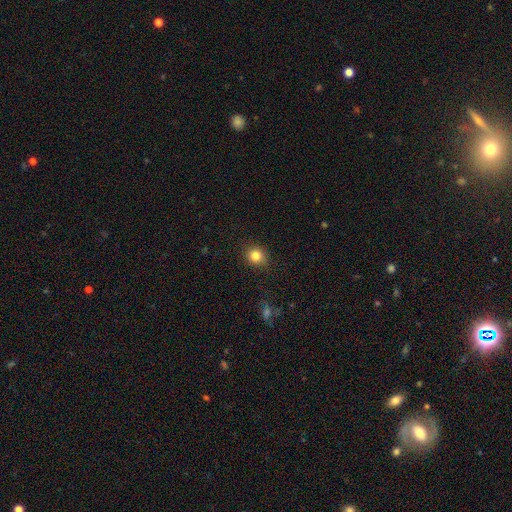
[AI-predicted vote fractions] Smooth or featured?
  - smooth: 83% *
  - star or artifact: 11%
  - featured or disk: 5%
How rounded?
  - round: 82% *
  - in between: 17%
  - cigar-shaped: 1%
Merging?
  - none: 89% *
  - minor disturbance: 8%
  - major disturbance: 2%
  - merger: 1%